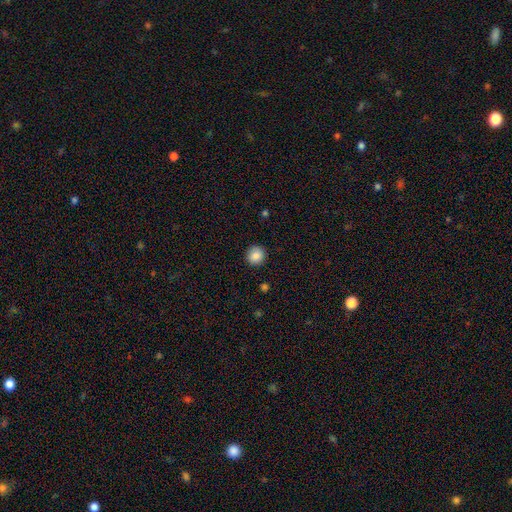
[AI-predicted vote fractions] Smooth or featured? smooth (87%)
How rounded? round (93%)
Merging? none (91%)